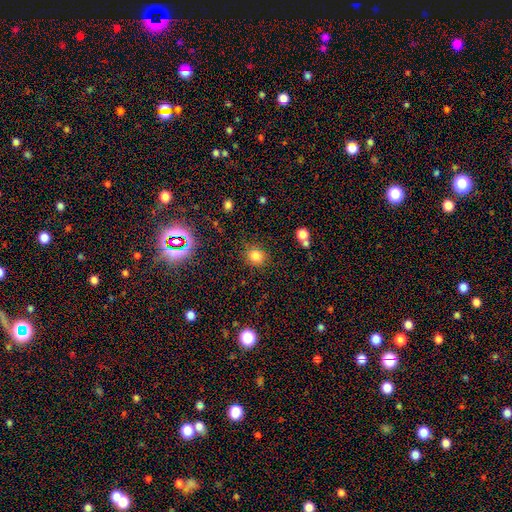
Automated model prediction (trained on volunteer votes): Smooth or featured? Predicted: smooth (p=0.79). How rounded? Predicted: round (p=0.83). Merging? Predicted: none (p=0.82).